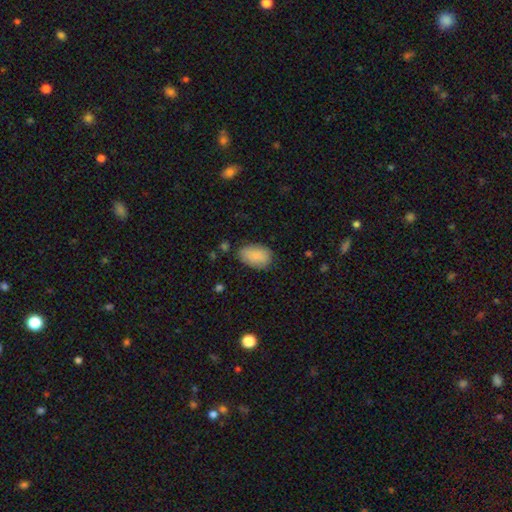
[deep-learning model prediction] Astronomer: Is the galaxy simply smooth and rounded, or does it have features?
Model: smooth — 87%.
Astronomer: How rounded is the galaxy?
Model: in between — 91%.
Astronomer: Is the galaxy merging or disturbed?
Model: none — 74%.